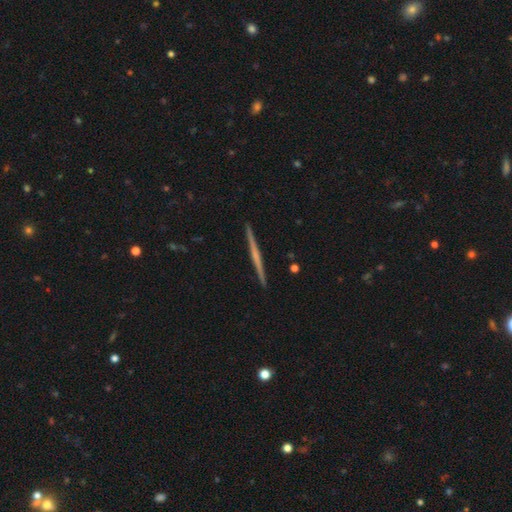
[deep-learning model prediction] featured or disk 68%, smooth 27%, star or artifact 6%. Down the decision tree: edge-on disk — yes (98%); edge-on bulge — none (65%); merging — none (93%).